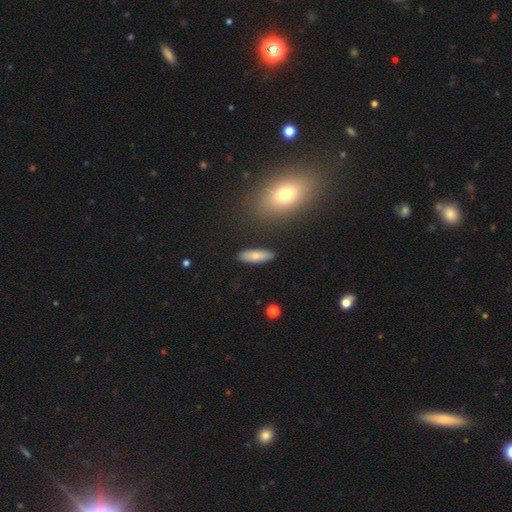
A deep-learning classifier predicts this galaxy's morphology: This is likely a smooth galaxy (78%). How rounded: possibly in between (50%). Merging: clearly none (88%).